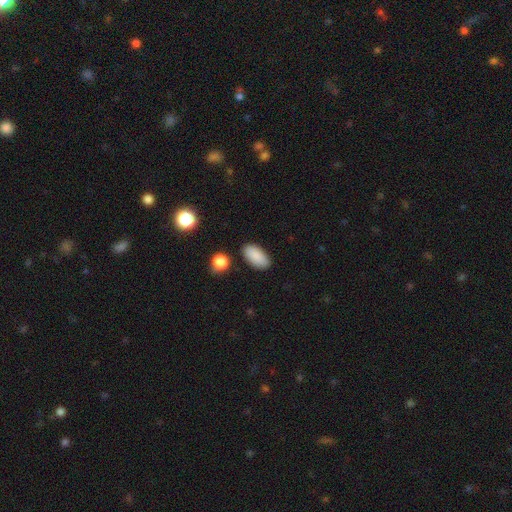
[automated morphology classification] Overall: smooth (88%). How rounded: in between (94%). Merging: none (85%).